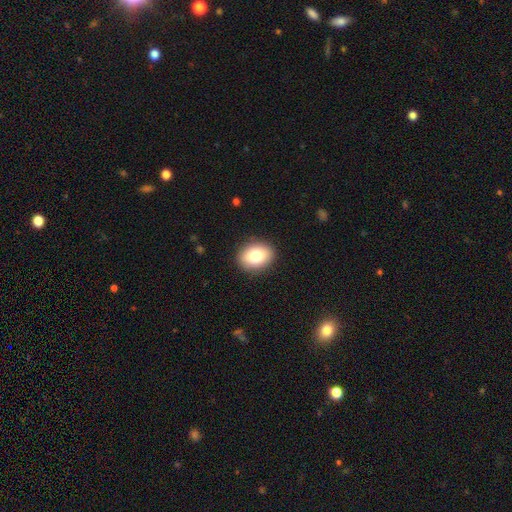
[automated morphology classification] smooth-or-featured: smooth: 81% | featured or disk: 11% | star or artifact: 8%
  how-rounded: in between: 66% | round: 33% | cigar-shaped: 1%
  merging: none: 89% | minor disturbance: 7% | major disturbance: 2% | merger: 1%